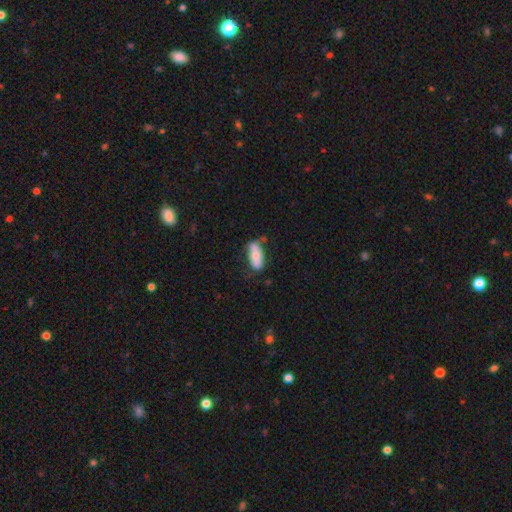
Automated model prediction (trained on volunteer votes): This is likely a smooth galaxy (65%). How rounded: clearly in between (82%). Merging: likely none (62%).